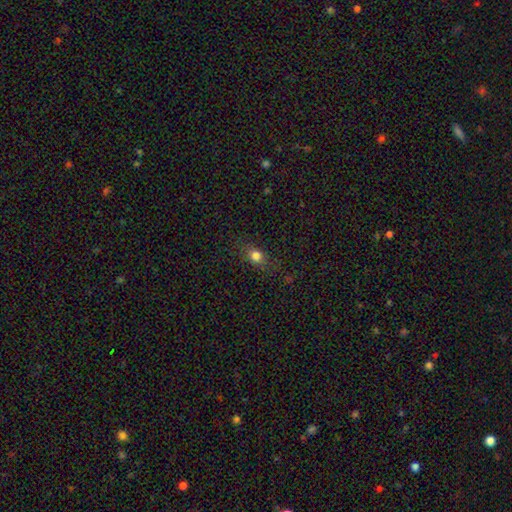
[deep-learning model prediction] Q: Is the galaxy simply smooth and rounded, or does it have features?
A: smooth — 77%.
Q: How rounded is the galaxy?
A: round — 48%, tied with in between.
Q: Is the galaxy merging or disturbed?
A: none — 79%.